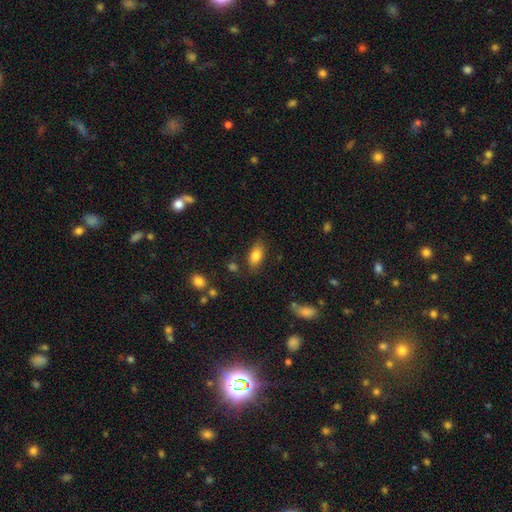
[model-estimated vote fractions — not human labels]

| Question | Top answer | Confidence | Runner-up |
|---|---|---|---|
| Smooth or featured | smooth | 84% | featured or disk (9%) |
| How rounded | in between | 90% | round (6%) |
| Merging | none | 78% | minor disturbance (15%) |